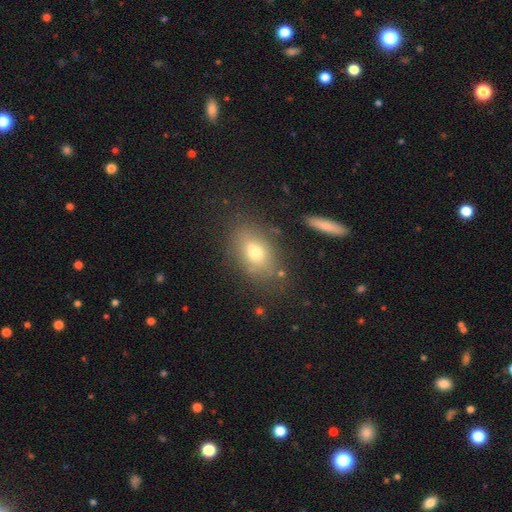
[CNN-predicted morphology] Q: Smooth or featured?
A: smooth (70%); runner-up: featured or disk (18%)
Q: How rounded?
A: in between (78%); runner-up: round (18%)
Q: Merging?
A: none (76%); runner-up: minor disturbance (14%)